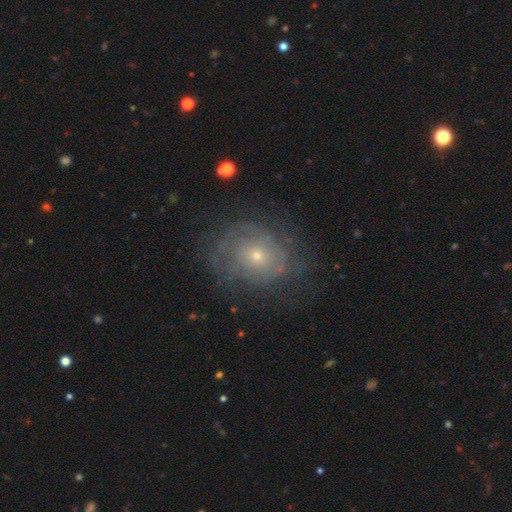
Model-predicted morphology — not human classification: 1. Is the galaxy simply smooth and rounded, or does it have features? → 69% featured or disk, 22% smooth, 9% star or artifact.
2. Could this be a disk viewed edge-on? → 97% no, 3% yes.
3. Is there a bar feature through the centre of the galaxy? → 85% no, 13% weak, 2% strong.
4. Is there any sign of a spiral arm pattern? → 77% yes, 23% no.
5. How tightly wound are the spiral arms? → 66% tight, 24% medium, 10% loose.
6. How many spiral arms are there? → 55% can't tell, 19% 2, 10% 3, 6% 1, 6% 4, 5% more than 4.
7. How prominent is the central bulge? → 67% small, 29% moderate, 2% large, 1% none, 1% dominant.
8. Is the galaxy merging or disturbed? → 67% none, 20% minor disturbance, 12% major disturbance, 1% merger.